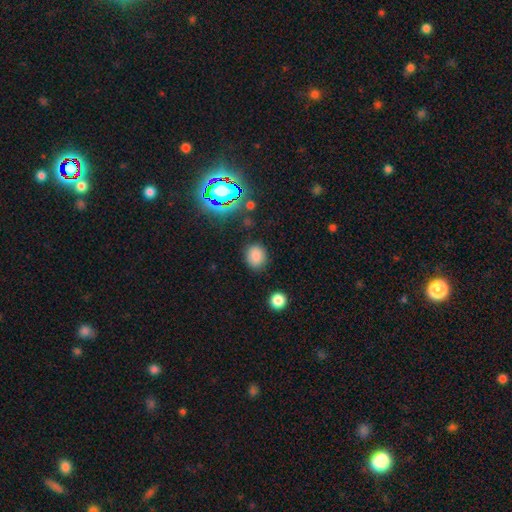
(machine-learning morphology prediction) smooth 79%, star or artifact 15%, featured or disk 5%. Down the decision tree: how rounded — round (66%); merging — none (84%).